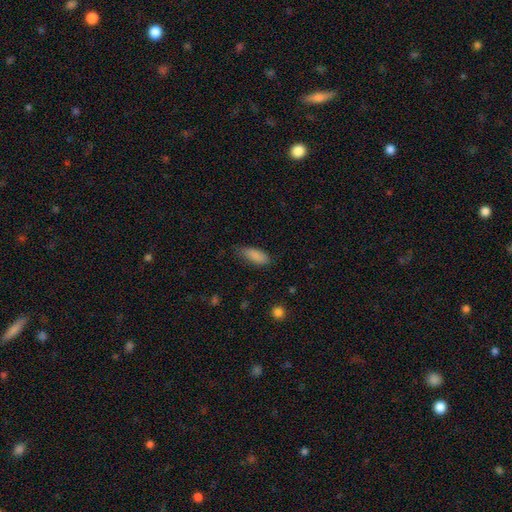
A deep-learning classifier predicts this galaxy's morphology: Smooth or featured: smooth — 87% (star or artifact — 7%)
How rounded: in between — 80% (cigar-shaped — 18%)
Merging: none — 70% (minor disturbance — 24%)